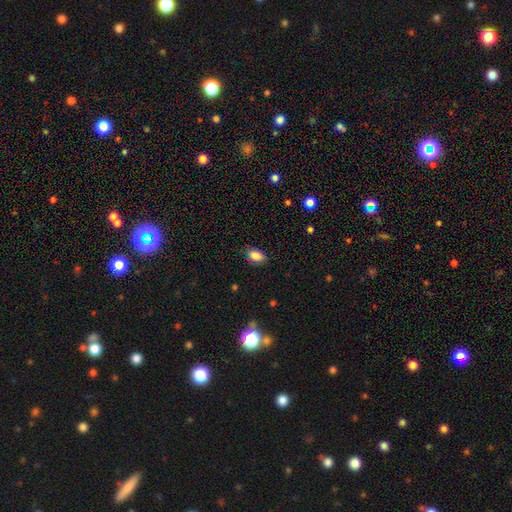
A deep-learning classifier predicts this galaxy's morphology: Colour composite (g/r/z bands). It shows a smooth galaxy with no disk features (85%) that is in between round and cigar-shaped (87%). Merging: none (82%).